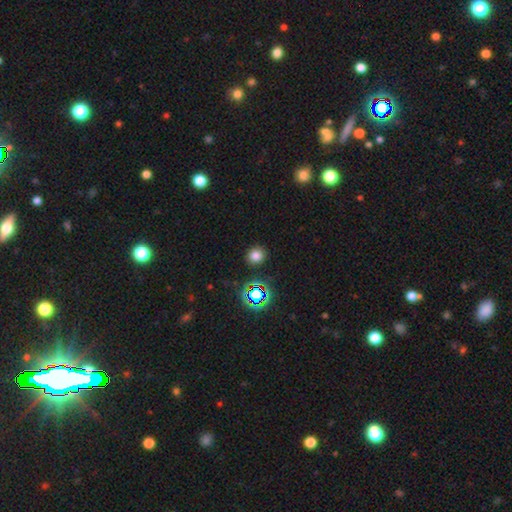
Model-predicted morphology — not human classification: smooth 74%, star or artifact 20%, featured or disk 6%. Down the decision tree: how rounded — round (85%); merging — none (87%).